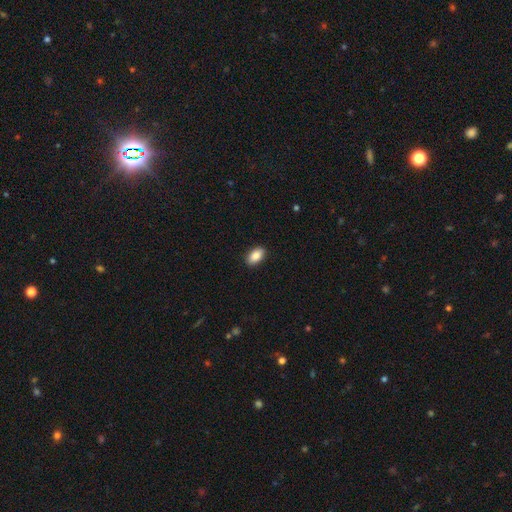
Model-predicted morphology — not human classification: This appears to be a smooth galaxy with no disk features (88%) that is in between round and cigar-shaped (92%). Merging: none (90%).